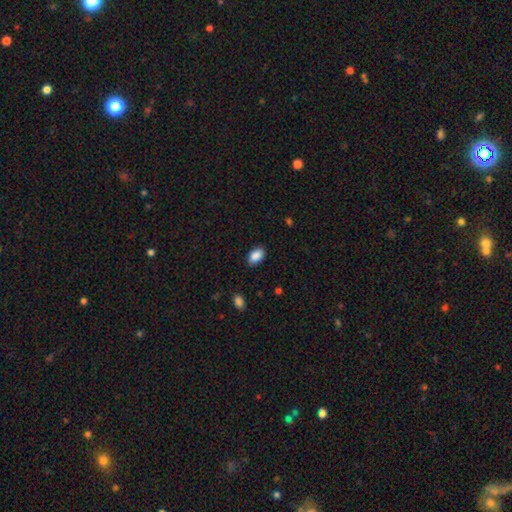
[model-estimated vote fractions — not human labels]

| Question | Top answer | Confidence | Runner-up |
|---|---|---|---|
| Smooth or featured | smooth | 89% | star or artifact (7%) |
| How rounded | in between | 91% | round (8%) |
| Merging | none | 86% | minor disturbance (11%) |